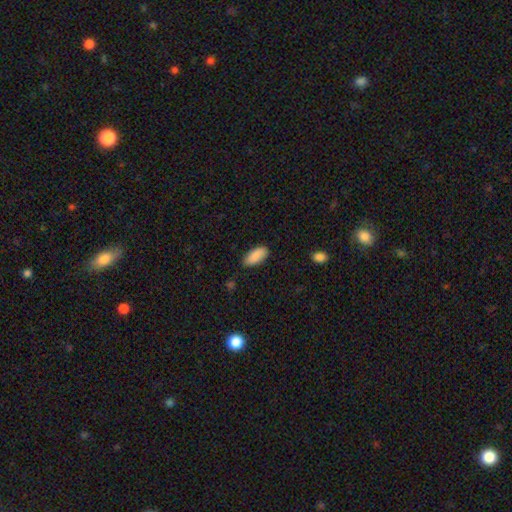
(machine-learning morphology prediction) Q: Smooth or featured?
A: smooth (89%); runner-up: star or artifact (6%)
Q: How rounded?
A: in between (90%); runner-up: cigar-shaped (8%)
Q: Merging?
A: none (80%); runner-up: minor disturbance (16%)